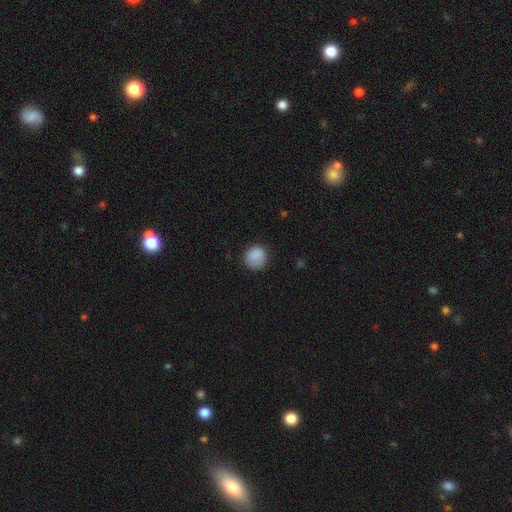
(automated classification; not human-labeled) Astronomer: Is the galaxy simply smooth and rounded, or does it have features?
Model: smooth — 88%.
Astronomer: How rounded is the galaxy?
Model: round — 86%.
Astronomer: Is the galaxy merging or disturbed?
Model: none — 81%.